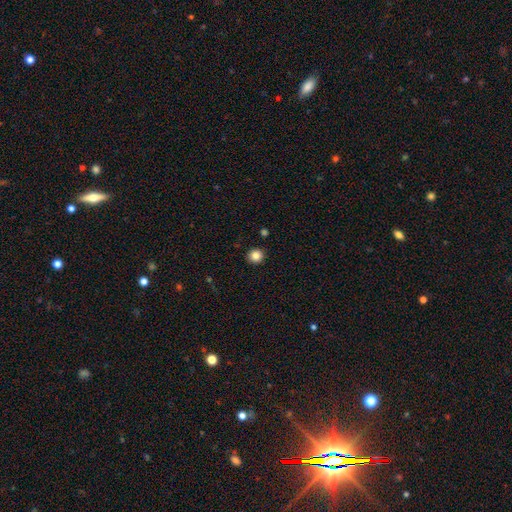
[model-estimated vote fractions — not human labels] smooth-or-featured: smooth: 84% | star or artifact: 11% | featured or disk: 5%
  how-rounded: round: 91% | in between: 8% | cigar-shaped: 1%
  merging: none: 92% | minor disturbance: 5% | major disturbance: 2% | merger: 1%